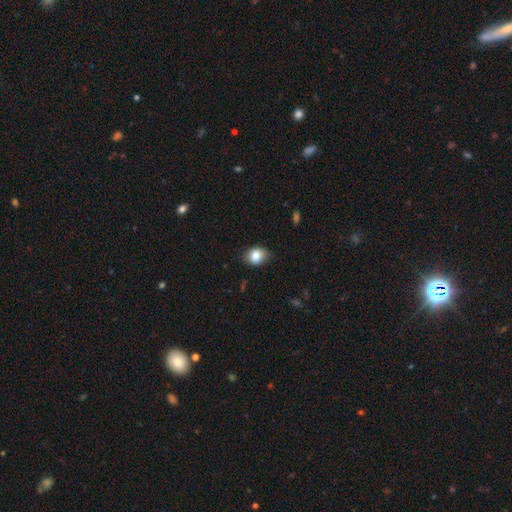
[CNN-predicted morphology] A smooth galaxy with no disk features (83%) that is in between round and cigar-shaped (50%). Merging: none (82%).